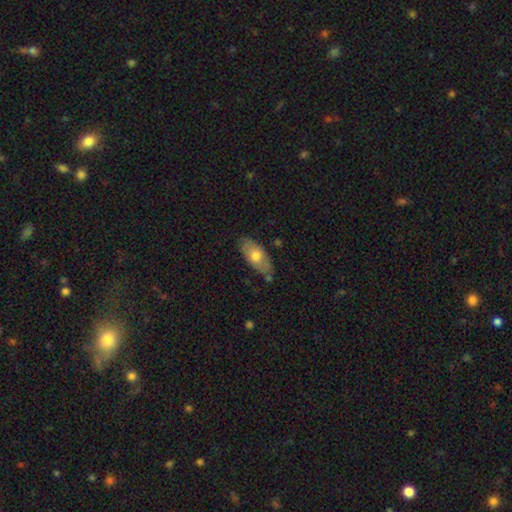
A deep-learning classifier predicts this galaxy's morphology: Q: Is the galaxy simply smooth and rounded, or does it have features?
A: smooth — 63%.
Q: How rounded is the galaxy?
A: in between — 87%.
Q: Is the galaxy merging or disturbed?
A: none — 76%.